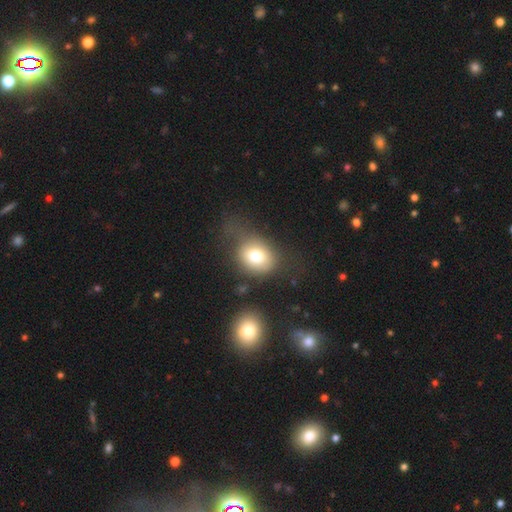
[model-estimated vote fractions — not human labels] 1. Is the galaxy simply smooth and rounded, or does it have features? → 73% smooth, 17% featured or disk, 10% star or artifact.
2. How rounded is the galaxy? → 53% round, 46% in between, 1% cigar-shaped.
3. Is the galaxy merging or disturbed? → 46% none, 25% minor disturbance, 24% major disturbance, 6% merger.